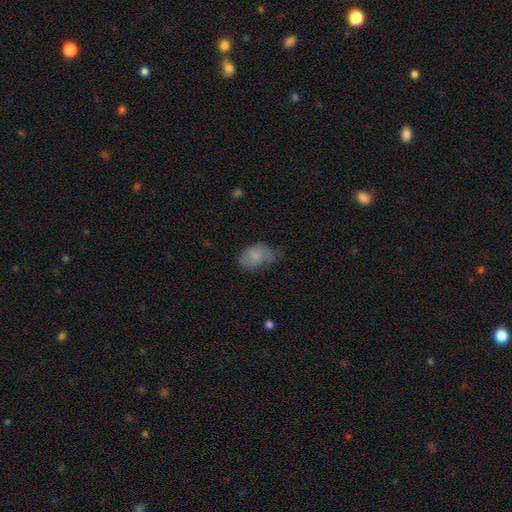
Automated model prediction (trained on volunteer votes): smooth_or_featured: smooth (p=0.75) [alt: featured or disk p=0.17]
how_rounded: in between (p=0.86) [alt: round p=0.12]
merging: none (p=0.43) [alt: minor disturbance p=0.39]